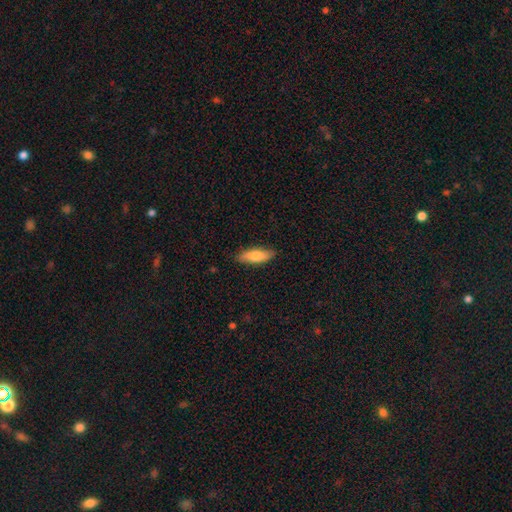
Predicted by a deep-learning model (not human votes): Smooth or featured?
  - smooth: 73% *
  - featured or disk: 21%
  - star or artifact: 6%
How rounded?
  - in between: 56% *
  - cigar-shaped: 42%
  - round: 2%
Merging?
  - none: 87% *
  - minor disturbance: 10%
  - major disturbance: 2%
  - merger: 1%